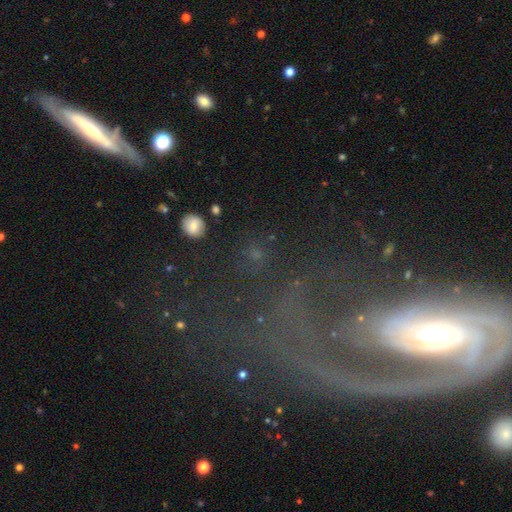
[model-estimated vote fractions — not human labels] A smooth galaxy with no disk features (44%).

Vote fractions:
- Smooth or featured? smooth: 44% / star or artifact: 35% / featured or disk: 21%
- Merging? none: 82% / minor disturbance: 8% / major disturbance: 6% / merger: 4%